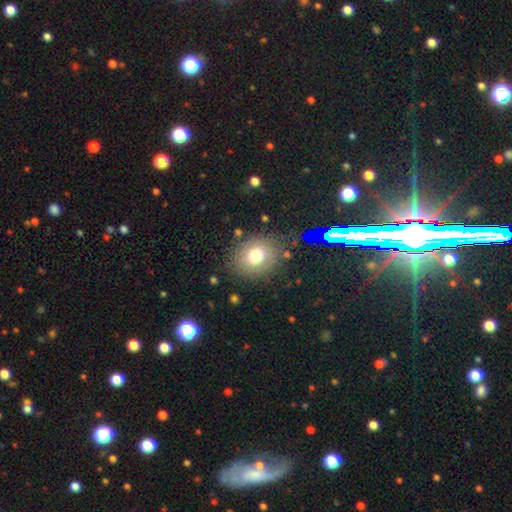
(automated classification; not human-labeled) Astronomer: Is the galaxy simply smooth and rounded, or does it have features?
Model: smooth — 74%.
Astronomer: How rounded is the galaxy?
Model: round — 66%.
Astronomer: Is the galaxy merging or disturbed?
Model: none — 83%.